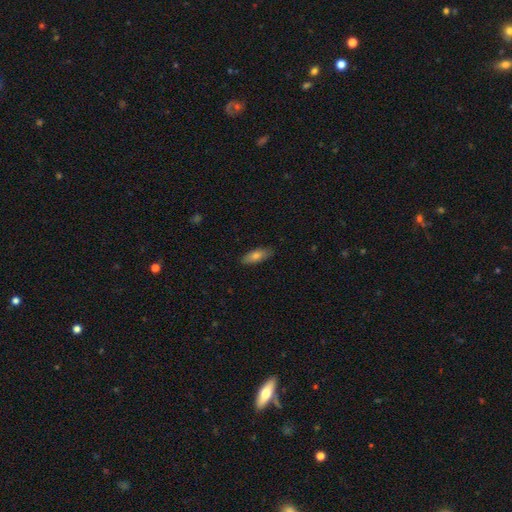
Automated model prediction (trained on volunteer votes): Morphology: type=smooth (74%); roundness=in between (62%); merging=none (86%).